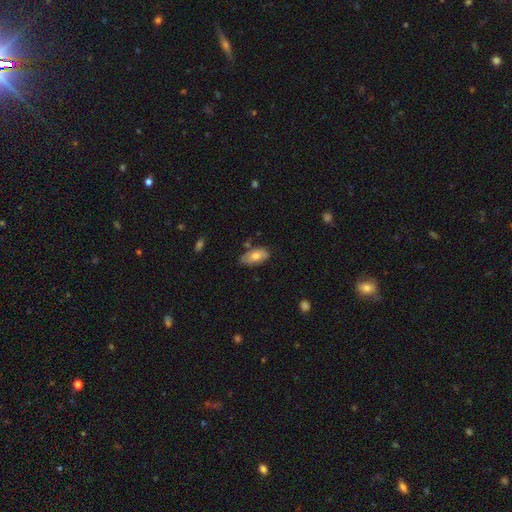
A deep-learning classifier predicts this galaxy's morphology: This is likely a smooth galaxy (72%). How rounded: clearly in between (92%). Merging: likely none (70%).